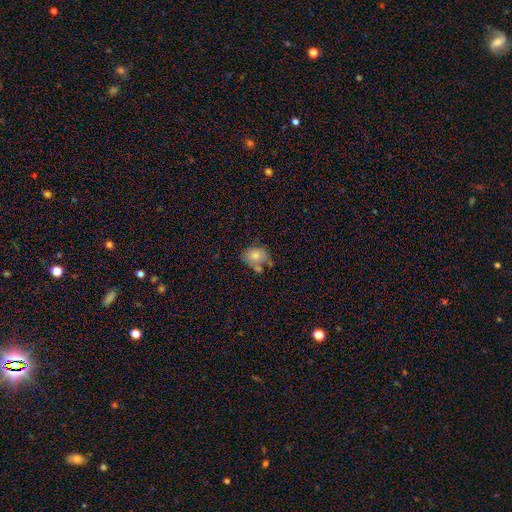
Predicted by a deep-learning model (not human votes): Morphology: type=smooth (80%); roundness=in between (54%); merging=none (57%).